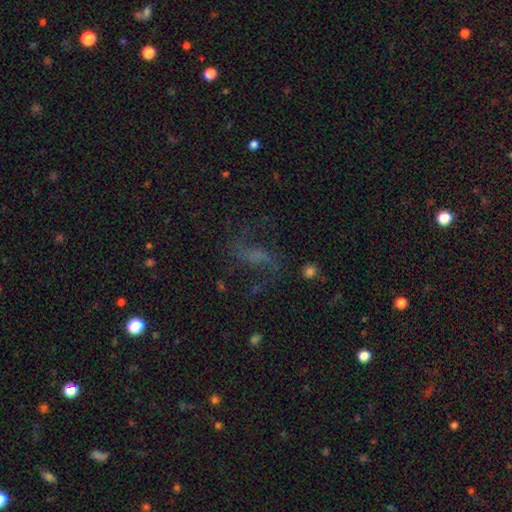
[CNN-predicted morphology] featured or disk 54%, star or artifact 26%, smooth 19%. Down the decision tree: edge-on disk — no (94%); bar — no (40%, tied with weak); spiral arms — yes (83%); bulge size — none (52%); merging — none (63%).